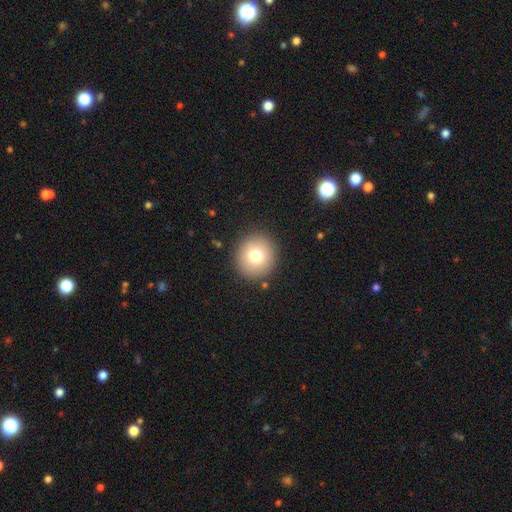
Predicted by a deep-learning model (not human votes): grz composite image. It shows a smooth galaxy with no disk features (75%) that is round (92%). Merging: none (90%).